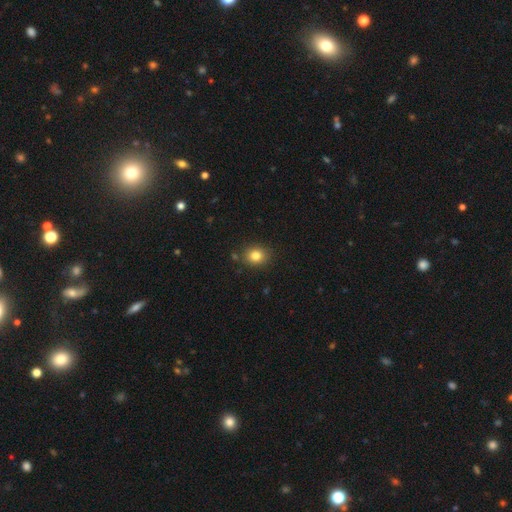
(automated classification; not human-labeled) Smooth or featured? smooth (82%)
How rounded? round (67%)
Merging? none (85%)